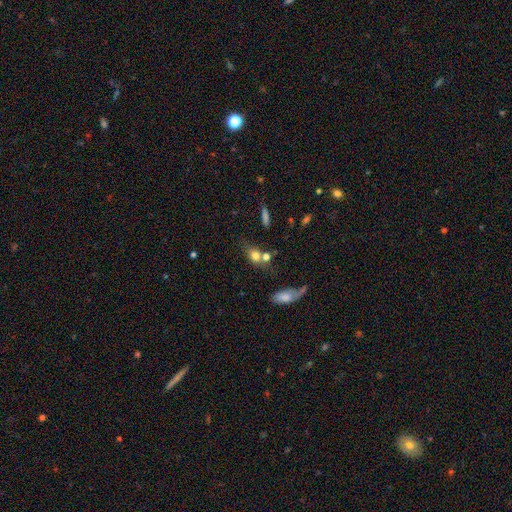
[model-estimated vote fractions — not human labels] smooth_or_featured: smooth (p=0.73) [alt: featured or disk p=0.15]
how_rounded: in between (p=0.55) [alt: round p=0.38]
merging: none (p=0.43) [alt: merger p=0.35]